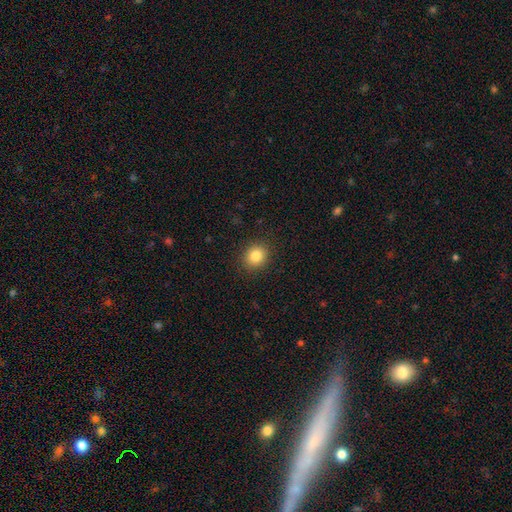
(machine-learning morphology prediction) Smooth or featured?
  - smooth: 83% *
  - star or artifact: 11%
  - featured or disk: 6%
How rounded?
  - round: 77% *
  - in between: 22%
  - cigar-shaped: 1%
Merging?
  - none: 90% *
  - minor disturbance: 7%
  - major disturbance: 2%
  - merger: 1%